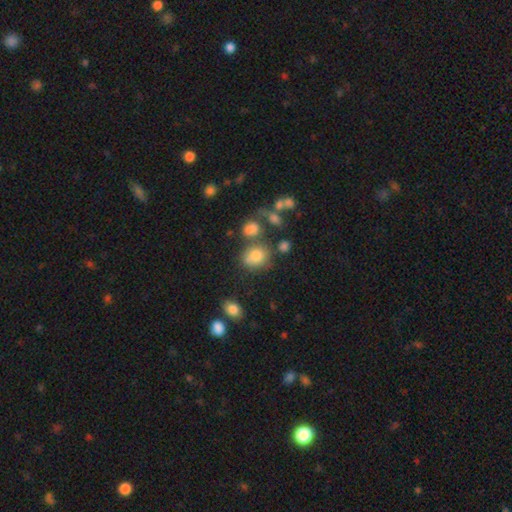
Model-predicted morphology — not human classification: smooth-or-featured: smooth: 76% | star or artifact: 12% | featured or disk: 12%
  how-rounded: round: 62% | in between: 37% | cigar-shaped: 1%
  merging: none: 54% | merger: 19% | minor disturbance: 19% | major disturbance: 9%